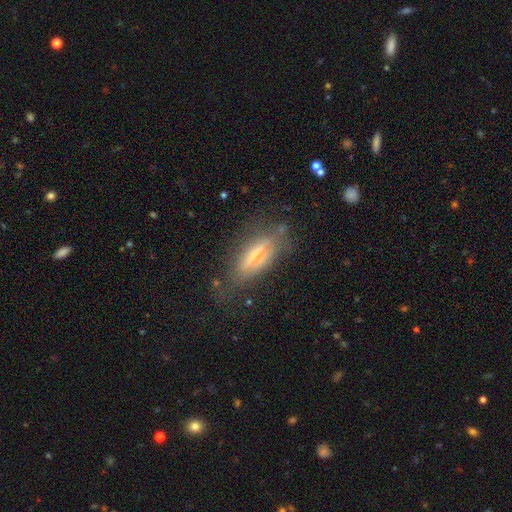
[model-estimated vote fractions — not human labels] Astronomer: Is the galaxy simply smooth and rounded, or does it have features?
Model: featured or disk — 53% (runner-up: smooth, 37%).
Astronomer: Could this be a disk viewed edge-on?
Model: yes — 81%.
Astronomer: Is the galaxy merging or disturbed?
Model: none — 65%.